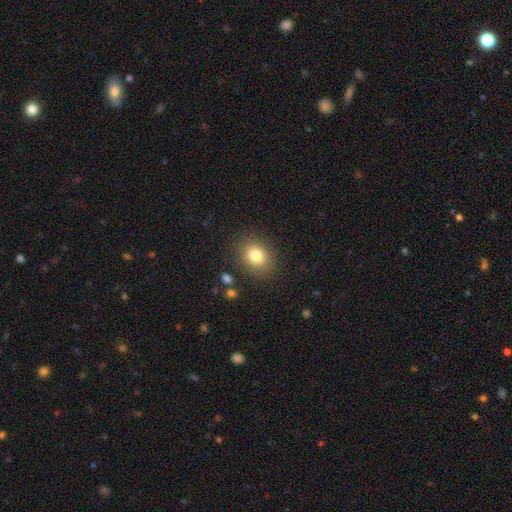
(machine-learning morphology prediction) The model was most divided on "how rounded": round: 54%, in between: 45%, cigar-shaped: 1%. More confident: merging — none (84%); smooth or featured — smooth (82%).